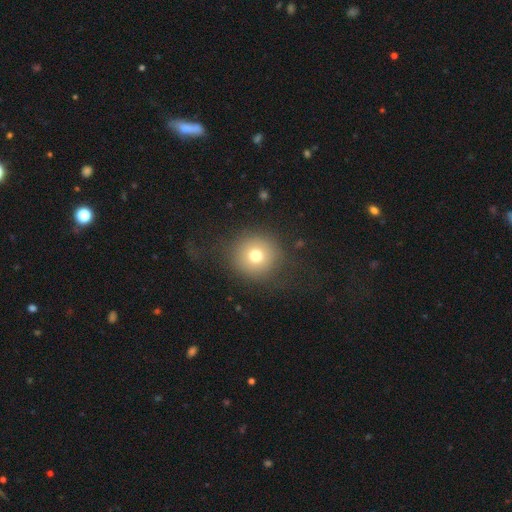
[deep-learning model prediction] Smooth or featured? smooth (72%)
How rounded? round (93%)
Merging? none (80%)